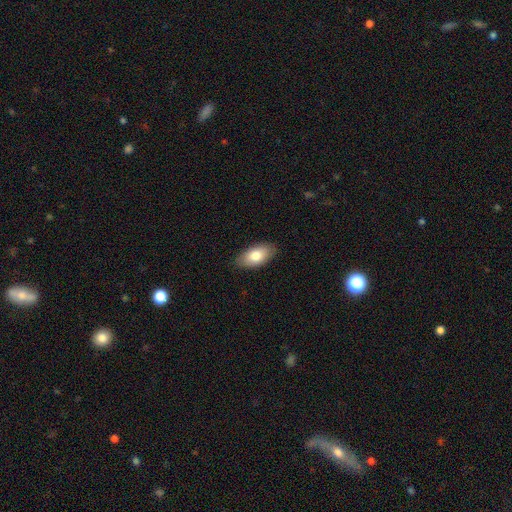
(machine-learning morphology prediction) This appears to be a smooth galaxy with no disk features (79%) that is in between round and cigar-shaped (93%). Merging: none (87%).